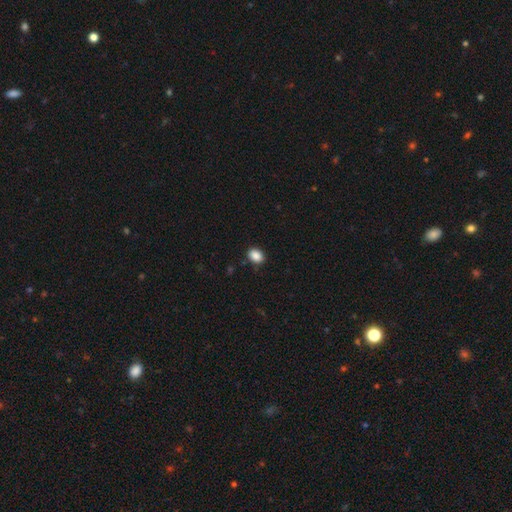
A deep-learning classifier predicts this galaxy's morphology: Q: Smooth or featured?
A: smooth (88%); runner-up: star or artifact (9%)
Q: How rounded?
A: in between (68%); runner-up: round (31%)
Q: Merging?
A: none (86%); runner-up: minor disturbance (10%)